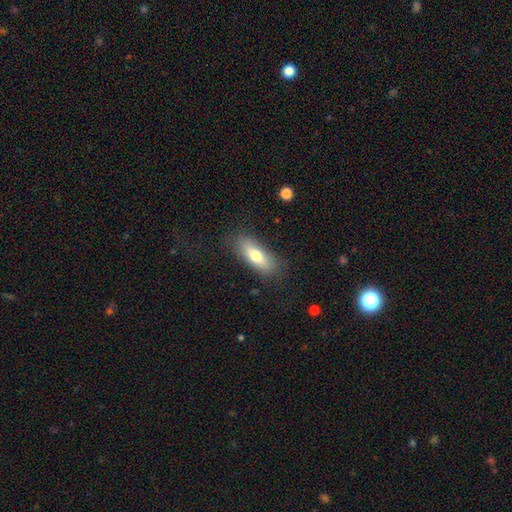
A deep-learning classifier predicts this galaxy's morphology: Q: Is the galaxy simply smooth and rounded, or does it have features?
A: smooth — 70%.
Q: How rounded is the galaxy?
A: in between — 67%.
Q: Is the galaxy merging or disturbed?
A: none — 81%.